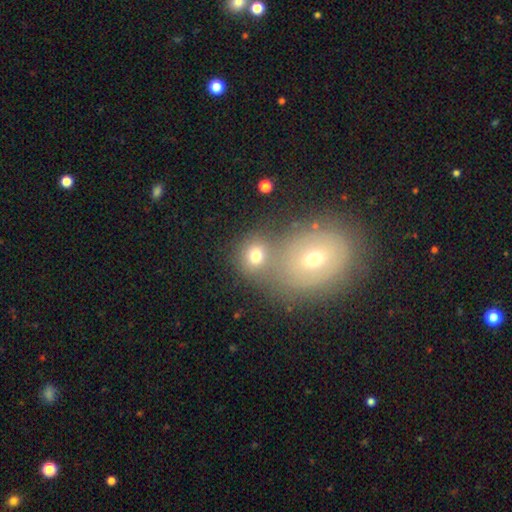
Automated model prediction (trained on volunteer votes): smooth_or_featured: smooth (p=0.73) [alt: star or artifact p=0.15]
how_rounded: round (p=0.75) [alt: in between p=0.24]
merging: merger (p=0.46) [alt: none p=0.43]